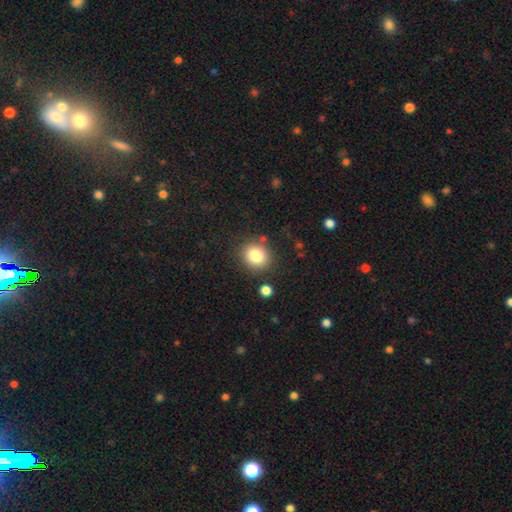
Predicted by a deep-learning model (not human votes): Smooth or featured: smooth — 82% (star or artifact — 11%)
How rounded: round — 81% (in between — 18%)
Merging: none — 84% (minor disturbance — 9%)